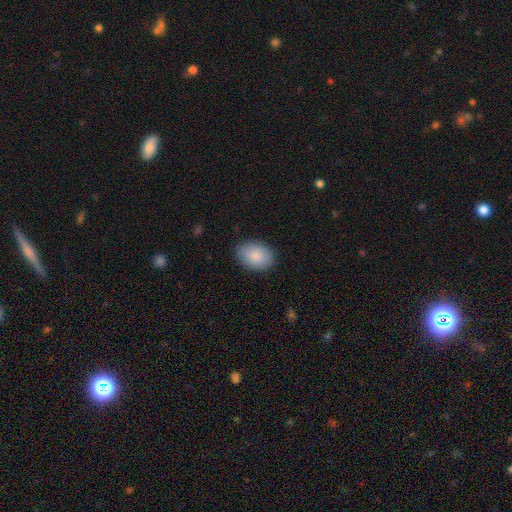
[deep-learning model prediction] Q: Smooth or featured?
A: smooth (87%); runner-up: featured or disk (7%)
Q: How rounded?
A: in between (82%); runner-up: round (17%)
Q: Merging?
A: none (85%); runner-up: minor disturbance (11%)